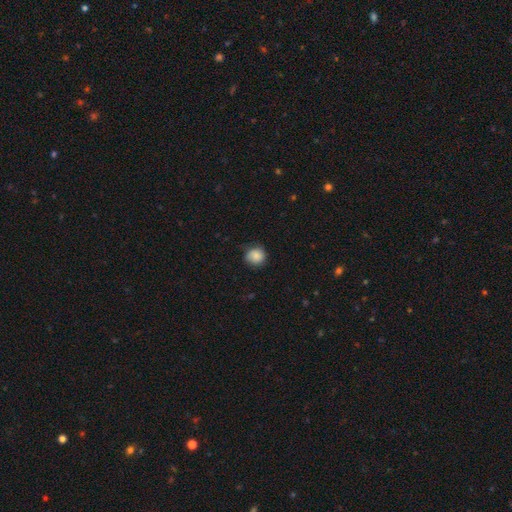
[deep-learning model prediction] Morphology: type=smooth (85%); roundness=round (86%); merging=none (77%).